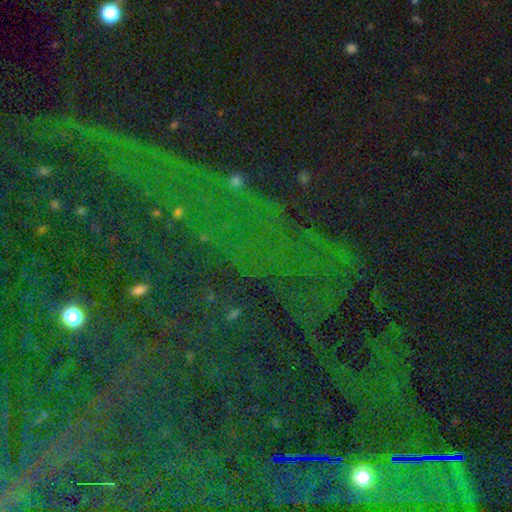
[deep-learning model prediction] This appears to be a star or artifact, not a galaxy (82%).